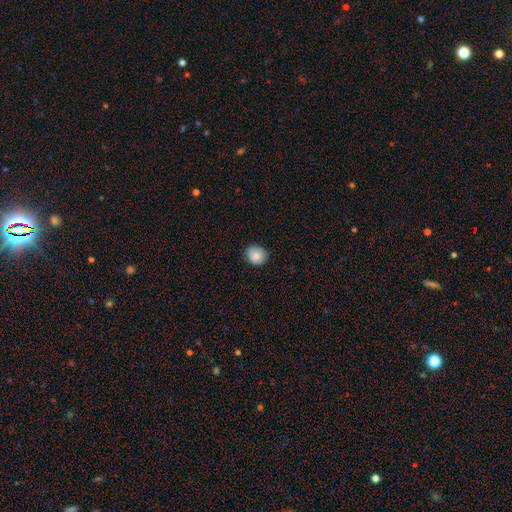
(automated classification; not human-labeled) Smooth or featured: smooth — 86% (star or artifact — 8%)
How rounded: round — 77% (in between — 22%)
Merging: none — 86% (minor disturbance — 11%)